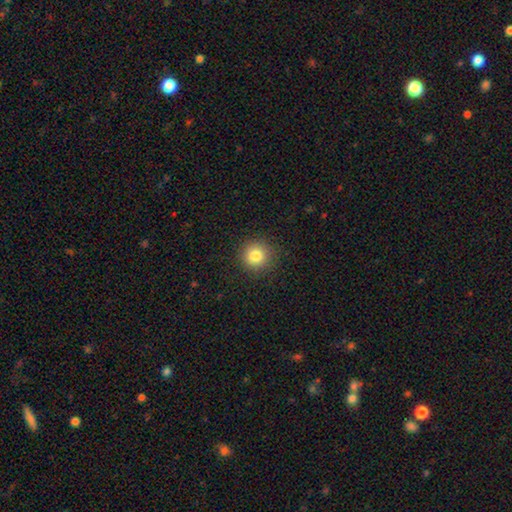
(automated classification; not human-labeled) This is clearly a smooth galaxy (83%). How rounded: clearly round (94%). Merging: clearly none (90%).